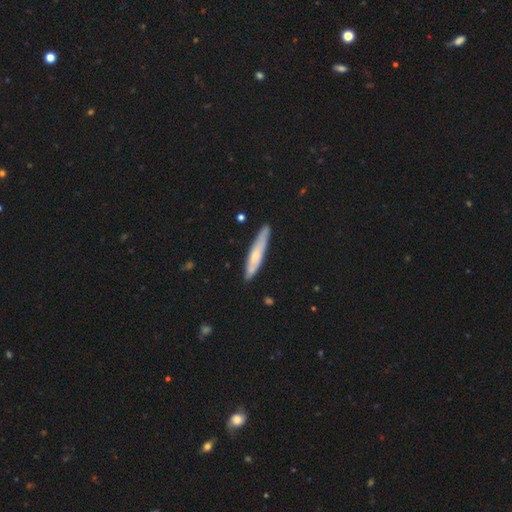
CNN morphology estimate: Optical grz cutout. It shows a smooth galaxy with no disk features (54%) that is cigar-shaped (90%). Merging: none (82%).